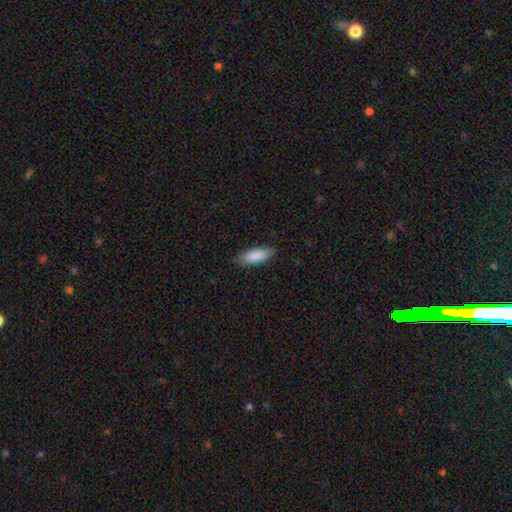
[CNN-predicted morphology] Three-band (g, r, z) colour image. It shows a smooth galaxy with no disk features (89%) that is in between round and cigar-shaped (68%). Merging: none (86%).